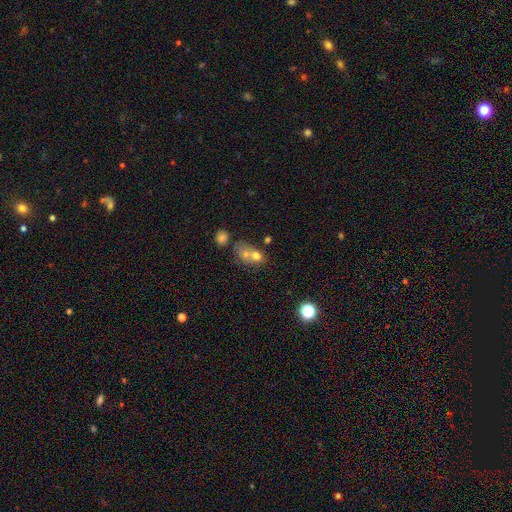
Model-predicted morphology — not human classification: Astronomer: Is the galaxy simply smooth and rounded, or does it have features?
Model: smooth — 67%.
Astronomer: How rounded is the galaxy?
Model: round — 52% (runner-up: in between, 47%).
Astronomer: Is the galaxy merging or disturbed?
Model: merger — 61%.